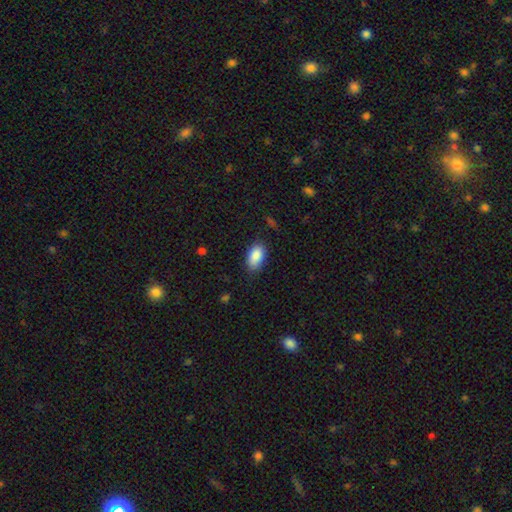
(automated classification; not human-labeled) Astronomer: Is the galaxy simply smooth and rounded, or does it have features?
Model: smooth — 89%.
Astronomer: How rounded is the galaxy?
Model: in between — 93%.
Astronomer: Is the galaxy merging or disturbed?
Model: none — 81%.